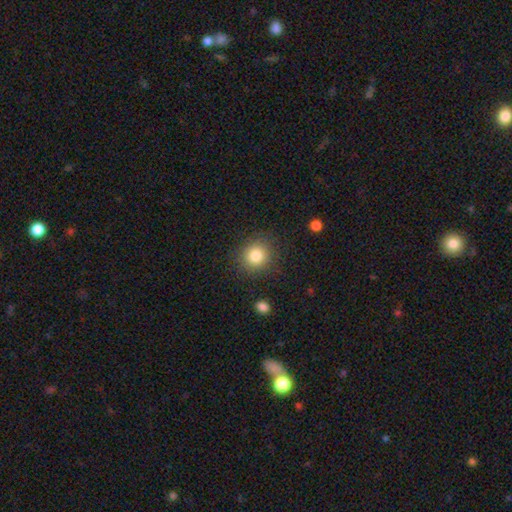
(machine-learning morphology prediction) This appears to be a smooth galaxy with no disk features (82%) that is round (87%). Merging: none (87%).